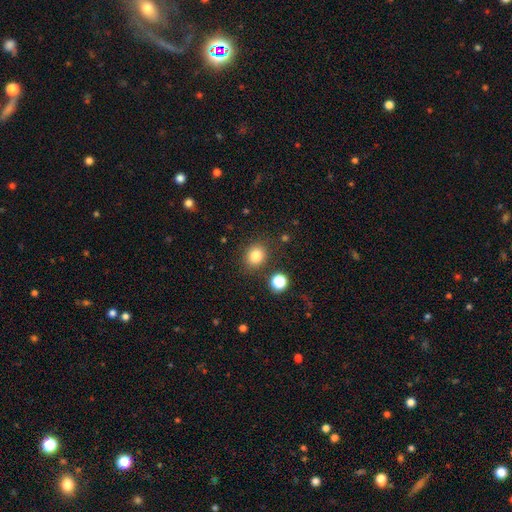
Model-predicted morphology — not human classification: Q: Smooth or featured?
A: smooth (81%); runner-up: star or artifact (13%)
Q: How rounded?
A: round (73%); runner-up: in between (26%)
Q: Merging?
A: none (83%); runner-up: minor disturbance (9%)